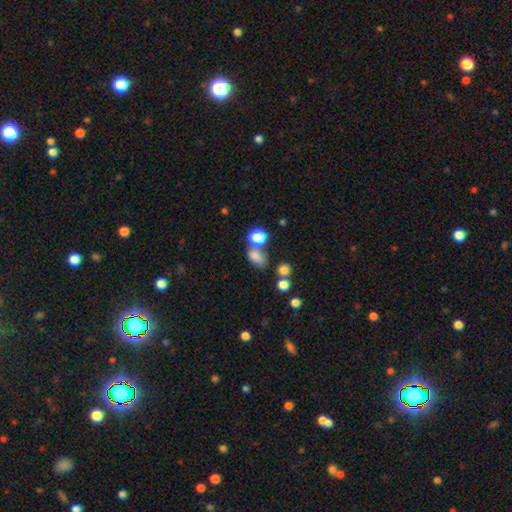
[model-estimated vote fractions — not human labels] smooth_or_featured: smooth (p=0.77) [alt: star or artifact p=0.15]
how_rounded: in between (p=0.73) [alt: round p=0.25]
merging: none (p=0.50) [alt: merger p=0.27]